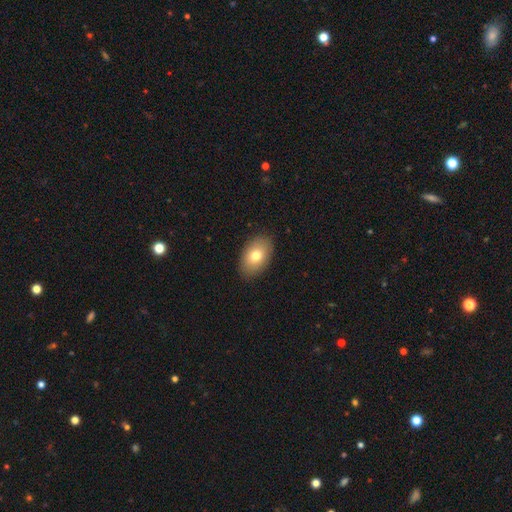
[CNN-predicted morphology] The model was most divided on "smooth or featured": smooth: 75%, featured or disk: 17%, star or artifact: 8%. More confident: how rounded — in between (88%); merging — none (87%).